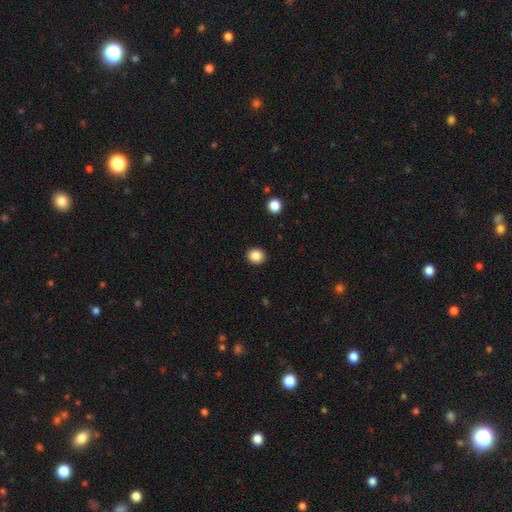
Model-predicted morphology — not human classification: smooth_or_featured: smooth (p=0.87) [alt: star or artifact p=0.10]
how_rounded: round (p=0.81) [alt: in between p=0.18]
merging: none (p=0.92) [alt: minor disturbance p=0.05]